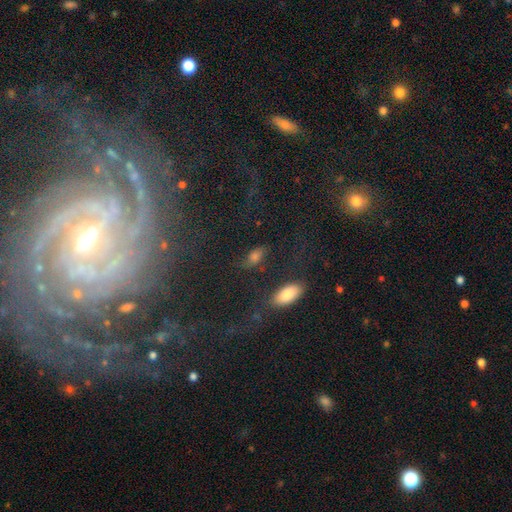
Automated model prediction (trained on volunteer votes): smooth_or_featured: smooth (p=0.65) [alt: featured or disk p=0.19]
how_rounded: in between (p=0.80) [alt: cigar-shaped p=0.13]
merging: none (p=0.73) [alt: minor disturbance p=0.14]